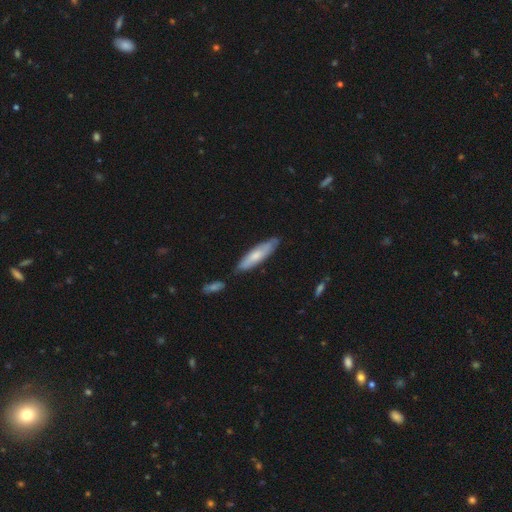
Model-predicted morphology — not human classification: Smooth or featured? Predicted: smooth (p=0.59). How rounded? Predicted: cigar-shaped (p=0.72). Merging? Predicted: none (p=0.74).